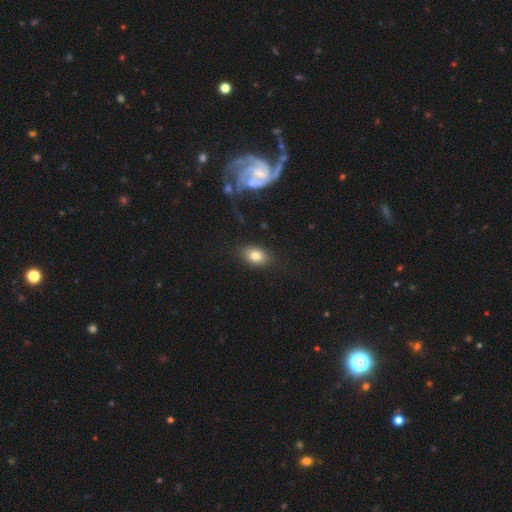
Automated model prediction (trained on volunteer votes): A smooth galaxy with no disk features (80%) that is in between round and cigar-shaped (80%). Merging: none (84%).